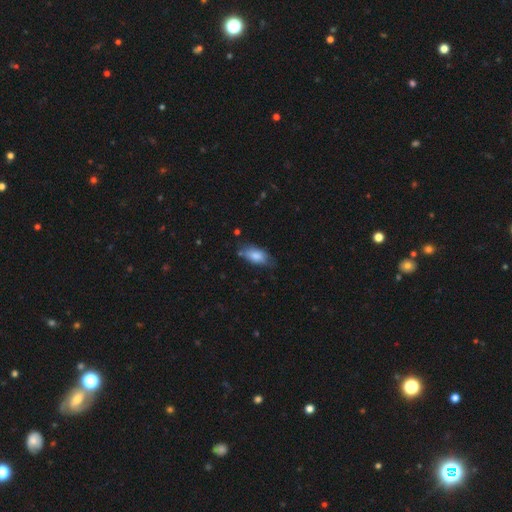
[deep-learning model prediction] Smooth or featured: smooth — 80% (featured or disk — 13%)
How rounded: in between — 87% (cigar-shaped — 10%)
Merging: none — 62% (minor disturbance — 28%)